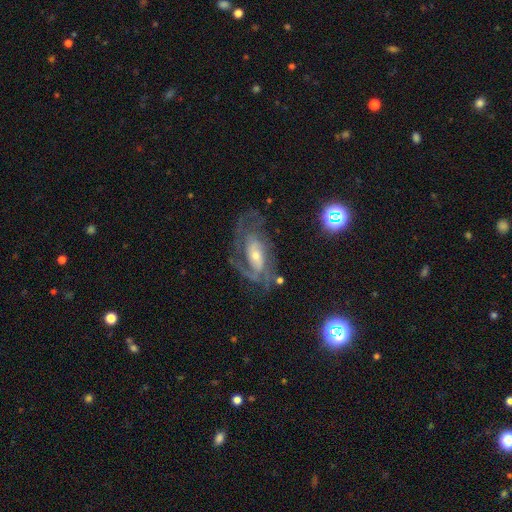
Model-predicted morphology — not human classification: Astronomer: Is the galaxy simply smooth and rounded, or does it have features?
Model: featured or disk — 83%.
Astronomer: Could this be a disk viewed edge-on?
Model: no — 95%.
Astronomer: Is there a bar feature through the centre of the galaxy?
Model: no — 53% (runner-up: weak, 33%).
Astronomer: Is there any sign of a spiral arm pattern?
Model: yes — 93%.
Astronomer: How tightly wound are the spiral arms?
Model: tight — 46% (runner-up: medium, 41%).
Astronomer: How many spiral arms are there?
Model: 2 — 31% (runner-up: can't tell, 30%).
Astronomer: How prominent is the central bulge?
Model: small — 59% (runner-up: moderate, 34%).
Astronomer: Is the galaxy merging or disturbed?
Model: none — 62%.